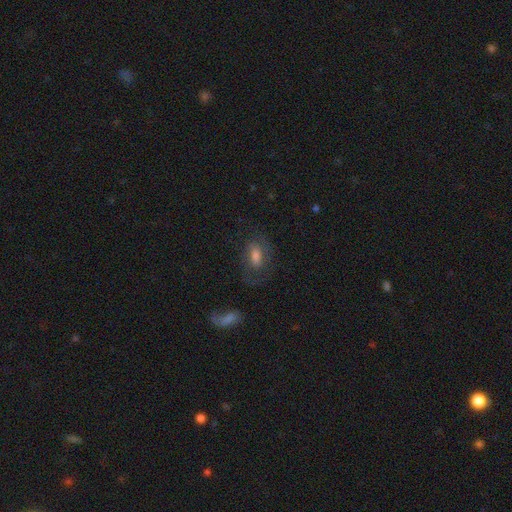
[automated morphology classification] Smooth or featured?
  - smooth: 47% *
  - featured or disk: 40%
  - star or artifact: 13%
Merging?
  - none: 60% *
  - minor disturbance: 19%
  - major disturbance: 17%
  - merger: 4%